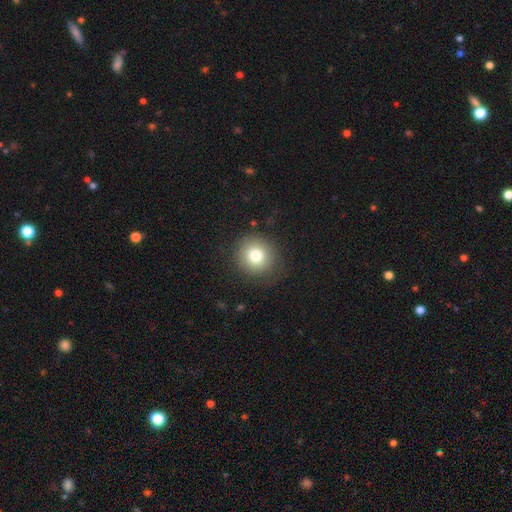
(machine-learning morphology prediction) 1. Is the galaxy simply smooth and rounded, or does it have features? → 79% smooth, 11% featured or disk, 10% star or artifact.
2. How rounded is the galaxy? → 91% round, 8% in between, 1% cigar-shaped.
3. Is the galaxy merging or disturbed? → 82% none, 12% minor disturbance, 5% major disturbance, 1% merger.